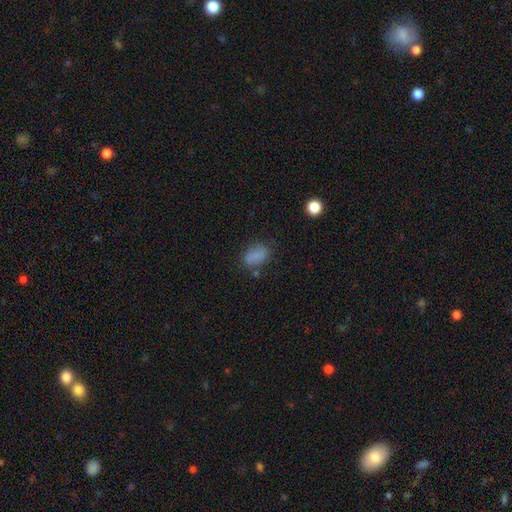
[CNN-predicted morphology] smooth_or_featured: smooth (p=0.77) [alt: star or artifact p=0.12]
how_rounded: in between (p=0.81) [alt: round p=0.17]
merging: none (p=0.65) [alt: minor disturbance p=0.20]